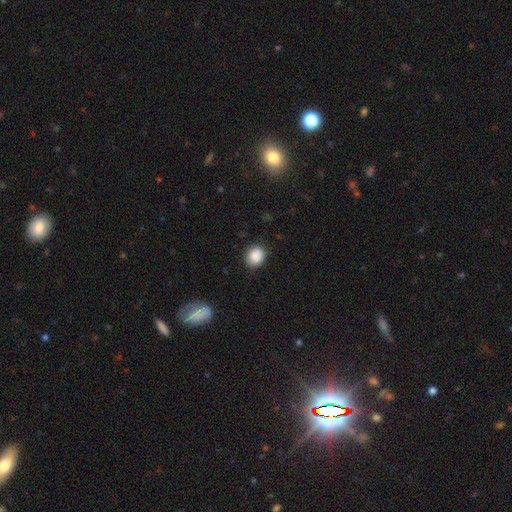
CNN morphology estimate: Smooth or featured: smooth — 88% (star or artifact — 8%)
How rounded: round — 63% (in between — 36%)
Merging: none — 84% (minor disturbance — 12%)